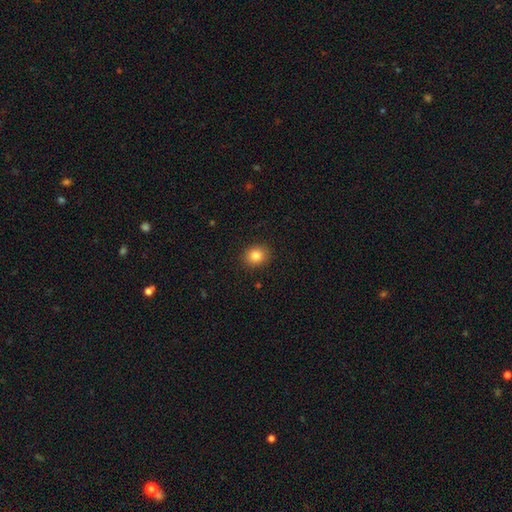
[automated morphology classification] Smooth or featured? Predicted: smooth (p=0.84). How rounded? Predicted: round (p=0.71). Merging? Predicted: none (p=0.90).